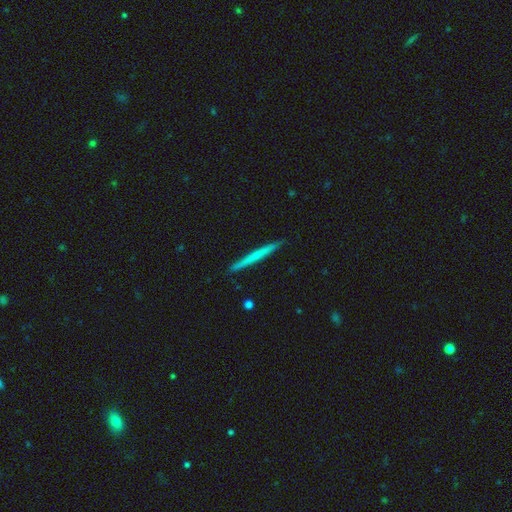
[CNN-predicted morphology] Smooth or featured: featured or disk — 52% (smooth — 43%)
Edge-on disk: yes — 97% (no — 3%)
Edge-on bulge: none — 68% (rounded — 28%)
Merging: none — 91% (minor disturbance — 6%)